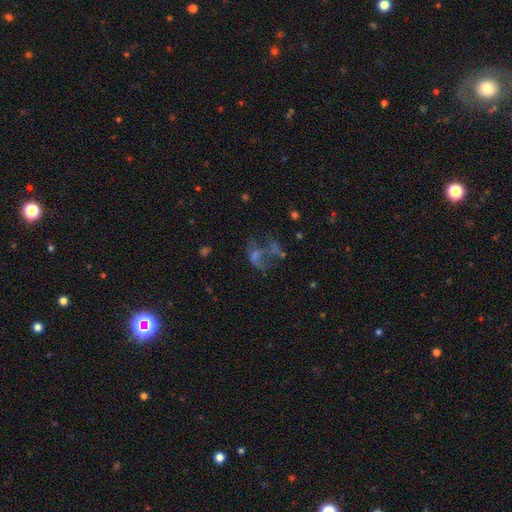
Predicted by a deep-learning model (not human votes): The model was most divided on "merging": major disturbance: 37%, none: 30%, merger: 20%, minor disturbance: 13%. Remaining: smooth or featured — featured or disk (42%).